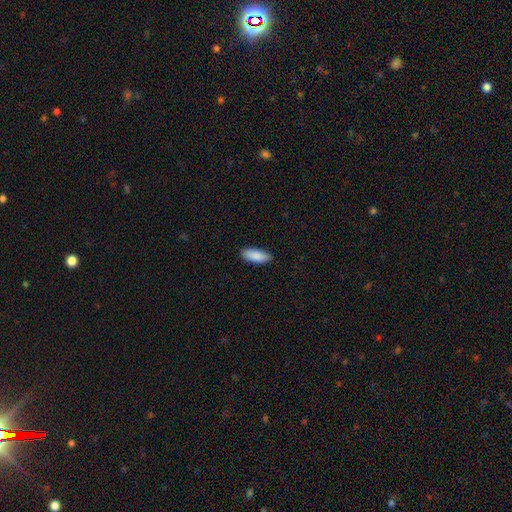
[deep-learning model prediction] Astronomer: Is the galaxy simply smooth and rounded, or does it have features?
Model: smooth — 89%.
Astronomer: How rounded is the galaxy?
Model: in between — 74%.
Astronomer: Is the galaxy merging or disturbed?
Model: none — 88%.